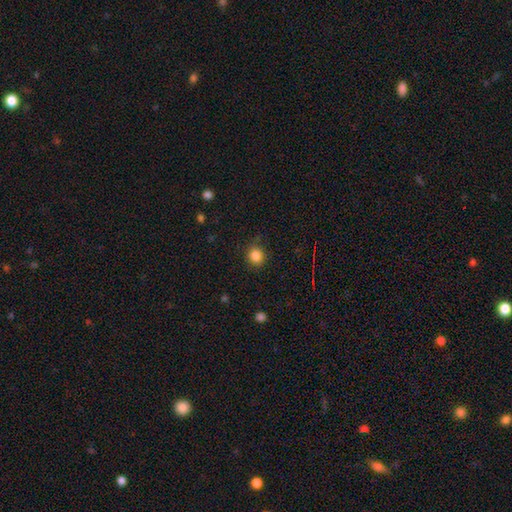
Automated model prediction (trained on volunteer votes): smooth-or-featured: smooth: 84% | star or artifact: 12% | featured or disk: 4%
  how-rounded: round: 83% | in between: 16% | cigar-shaped: 1%
  merging: none: 86% | minor disturbance: 10% | major disturbance: 3% | merger: 1%